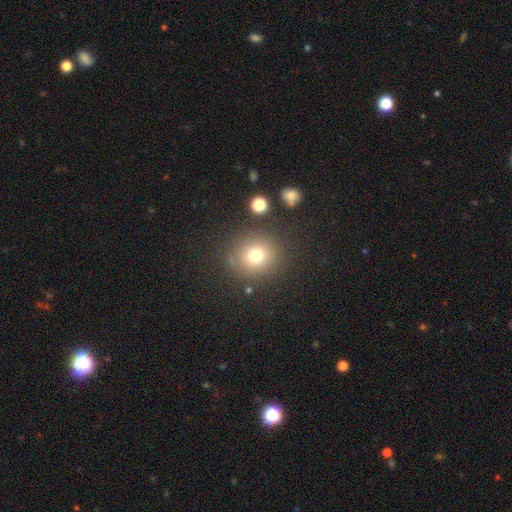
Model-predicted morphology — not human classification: Overall: smooth (74%). How rounded: round (89%). Merging: none (83%).